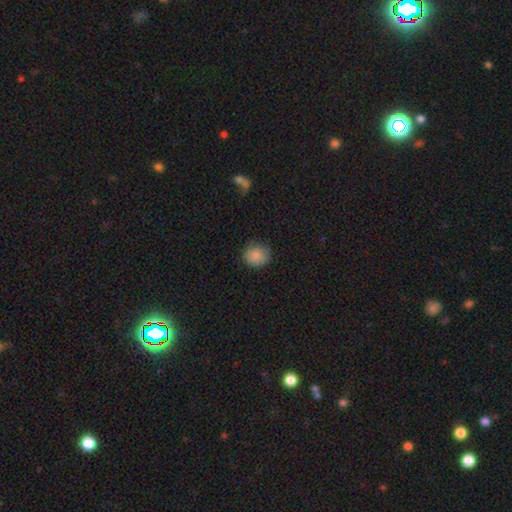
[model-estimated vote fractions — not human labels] Q: Smooth or featured?
A: smooth (84%); runner-up: star or artifact (8%)
Q: How rounded?
A: round (82%); runner-up: in between (17%)
Q: Merging?
A: none (74%); runner-up: minor disturbance (20%)